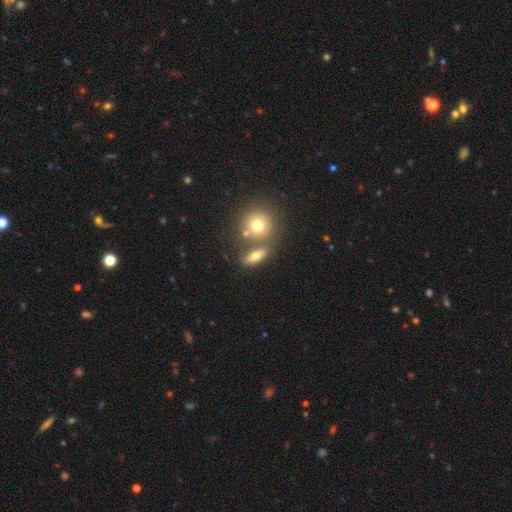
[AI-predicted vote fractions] This appears to be a smooth galaxy with no disk features (67%) that is in between round and cigar-shaped (56%). Merging: none (59%).